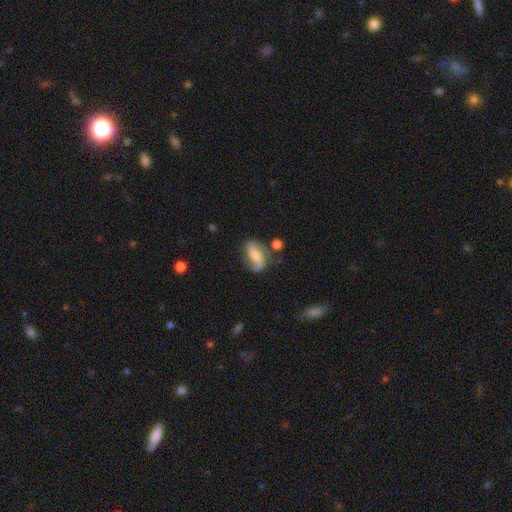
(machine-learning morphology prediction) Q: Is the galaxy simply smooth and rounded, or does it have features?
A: featured or disk — 68%.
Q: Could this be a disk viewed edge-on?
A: no — 95%.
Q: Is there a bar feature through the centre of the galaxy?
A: no — 43%.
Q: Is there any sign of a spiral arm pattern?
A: yes — 92%.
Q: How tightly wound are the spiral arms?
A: loose — 52%.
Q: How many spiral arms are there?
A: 2 — 87%.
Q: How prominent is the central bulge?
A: moderate — 44%.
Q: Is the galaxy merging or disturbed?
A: none — 63%.